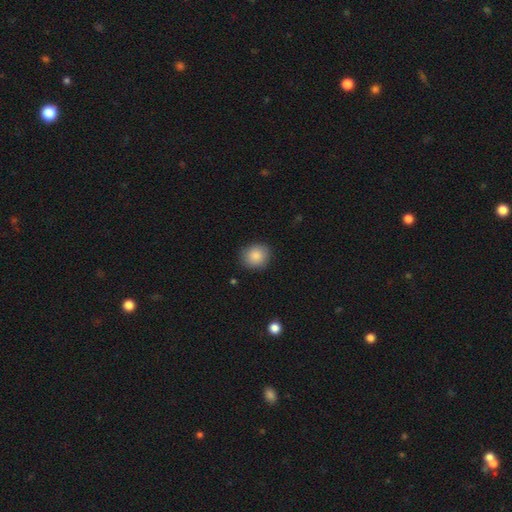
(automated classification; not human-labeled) Smooth or featured: smooth — 87% (star or artifact — 8%)
How rounded: round — 81% (in between — 18%)
Merging: none — 87% (minor disturbance — 10%)